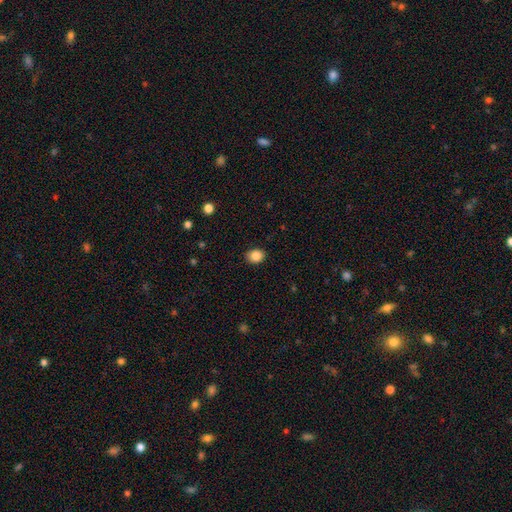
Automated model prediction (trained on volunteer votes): A smooth galaxy with no disk features (86%) that is in between round and cigar-shaped (52%). Merging: none (89%).